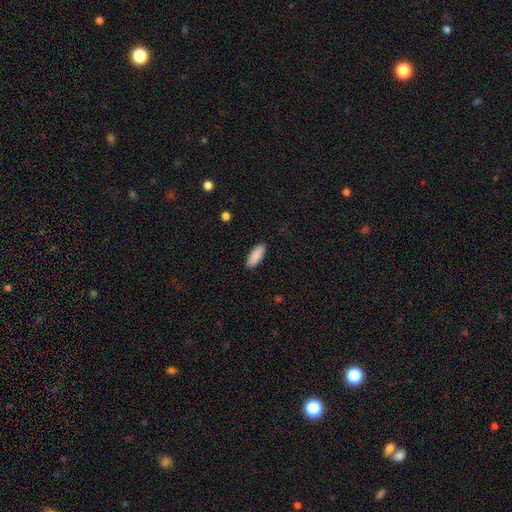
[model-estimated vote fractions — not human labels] This is clearly a smooth galaxy (90%). How rounded: likely in between (67%). Merging: clearly none (90%).